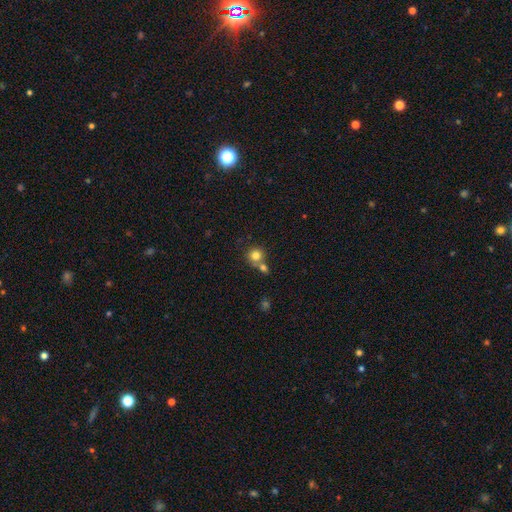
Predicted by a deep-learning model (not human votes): A smooth galaxy with no disk features (80%) that is round (89%).

Vote fractions:
- Smooth or featured? smooth: 80% / star or artifact: 11% / featured or disk: 9%
- How rounded? round: 89% / in between: 10% / cigar-shaped: 1%
- Merging? none: 51% / merger: 39% / minor disturbance: 8% / major disturbance: 3%